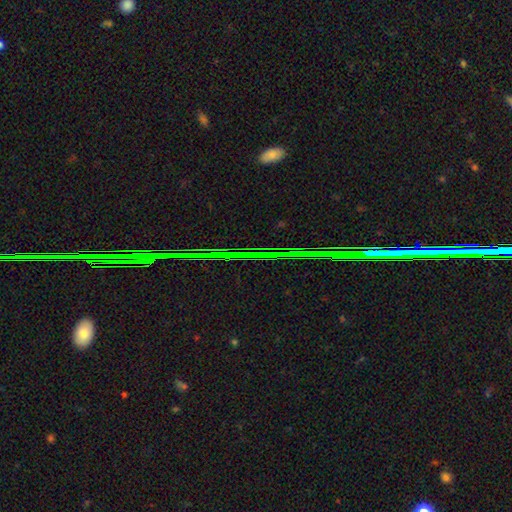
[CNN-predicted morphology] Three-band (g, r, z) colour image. It shows a star or artifact, not a galaxy (81%).